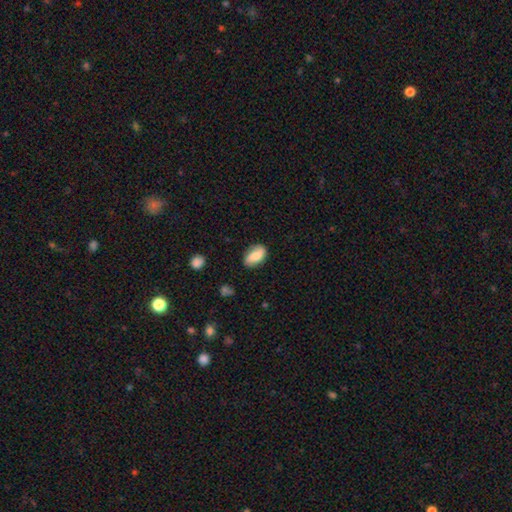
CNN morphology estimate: A smooth galaxy with no disk features (70%) that is in between round and cigar-shaped (91%). Merging: none (78%).